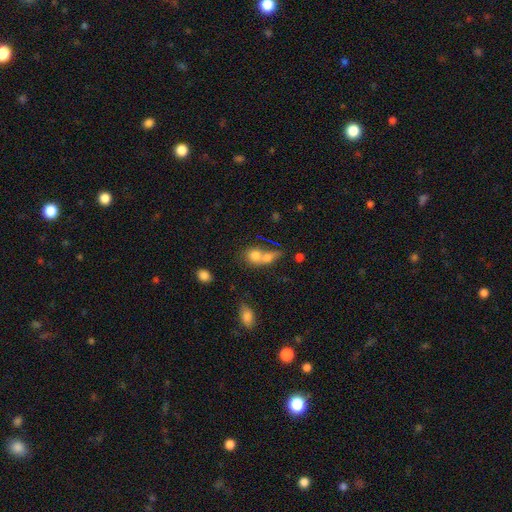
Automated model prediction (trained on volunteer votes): A smooth galaxy with no disk features (75%) that is round (61%). Merging: merger (62%).